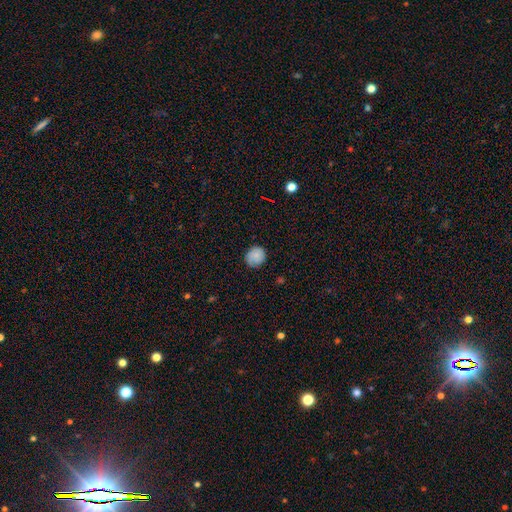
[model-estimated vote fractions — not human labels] The model was most divided on "how rounded": round: 79%, in between: 21%, cigar-shaped: 1%. More confident: smooth or featured — smooth (80%); merging — none (78%).